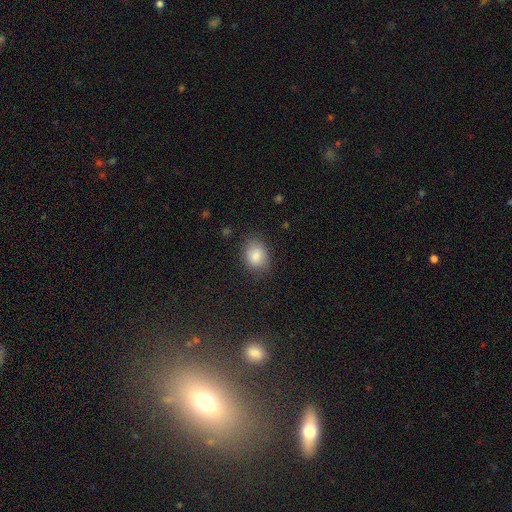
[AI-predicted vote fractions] This is clearly a smooth galaxy (84%). How rounded: possibly in between (56%). Merging: likely none (78%).